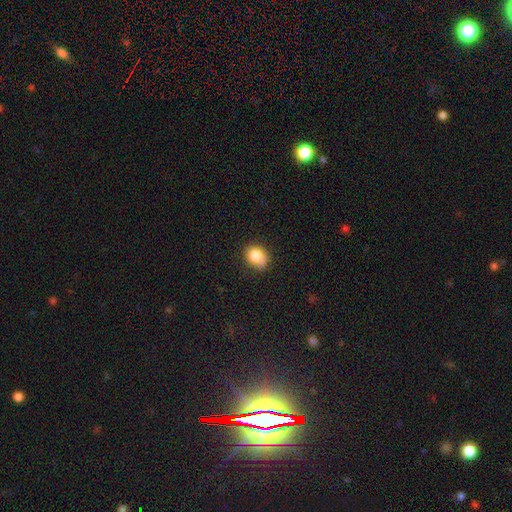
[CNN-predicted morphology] Smooth or featured? smooth (84%)
How rounded? round (55%)
Merging? none (64%)